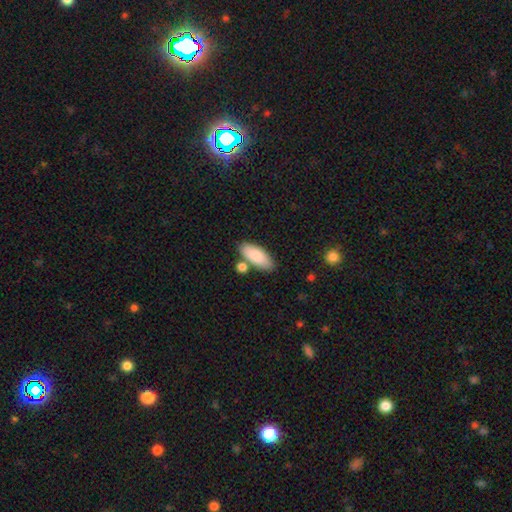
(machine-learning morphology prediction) smooth-or-featured: smooth: 85% | featured or disk: 10% | star or artifact: 6%
  how-rounded: in between: 84% | cigar-shaped: 13% | round: 2%
  merging: none: 73% | merger: 12% | minor disturbance: 12% | major disturbance: 3%